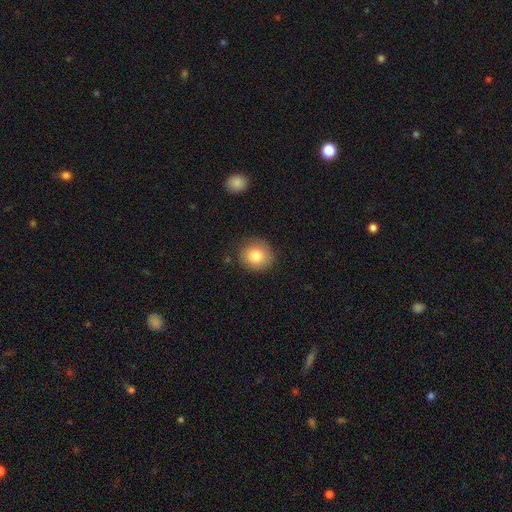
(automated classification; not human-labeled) Smooth or featured? smooth (81%)
How rounded? round (83%)
Merging? none (84%)